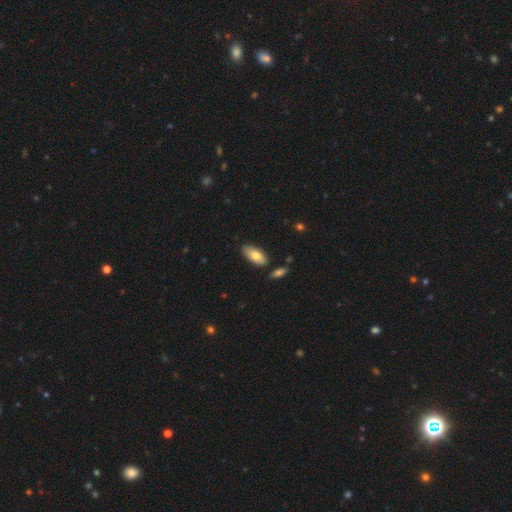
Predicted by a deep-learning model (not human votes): A smooth galaxy with no disk features (78%) that is in between round and cigar-shaped (90%).

Vote fractions:
- Smooth or featured? smooth: 78% / featured or disk: 16% / star or artifact: 6%
- How rounded? in between: 90% / cigar-shaped: 8% / round: 2%
- Merging? none: 80% / minor disturbance: 13% / merger: 4% / major disturbance: 2%